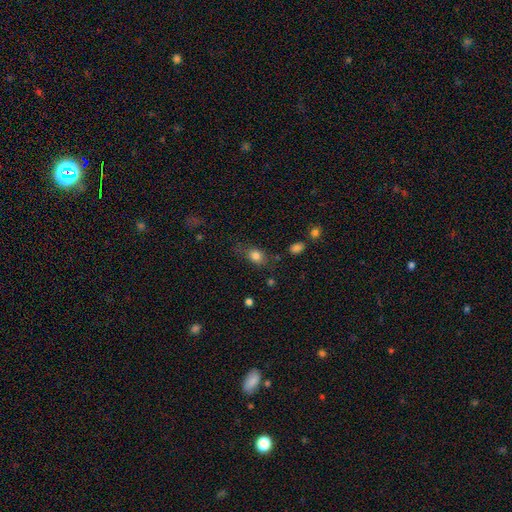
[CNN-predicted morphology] type=smooth (81%); roundness=in between (59%); merging=none (67%).